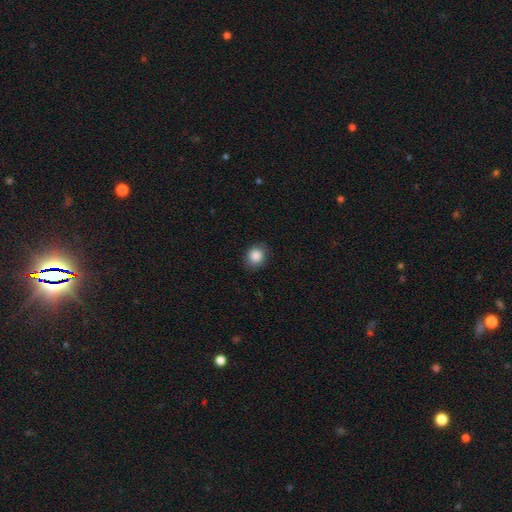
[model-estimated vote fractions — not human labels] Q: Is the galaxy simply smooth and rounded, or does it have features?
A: smooth — 87%.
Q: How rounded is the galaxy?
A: round — 64%.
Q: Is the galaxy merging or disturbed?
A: none — 84%.